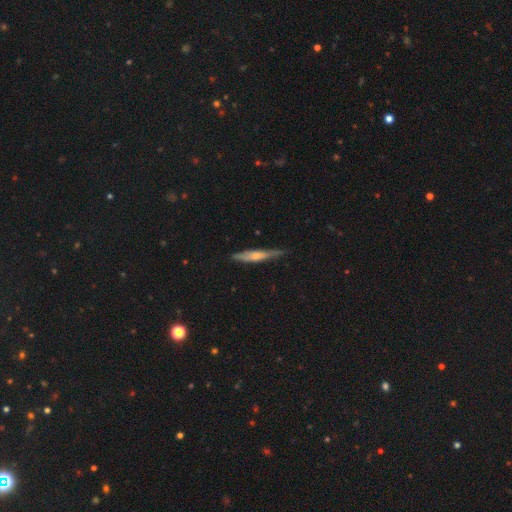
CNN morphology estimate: A featured or disk galaxy (48%). Merging: none (69%).